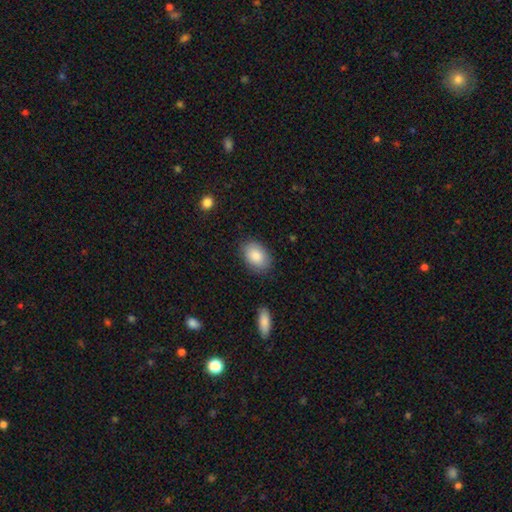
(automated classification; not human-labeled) This appears to be a smooth galaxy with no disk features (86%) that is in between round and cigar-shaped (86%). Merging: none (84%).